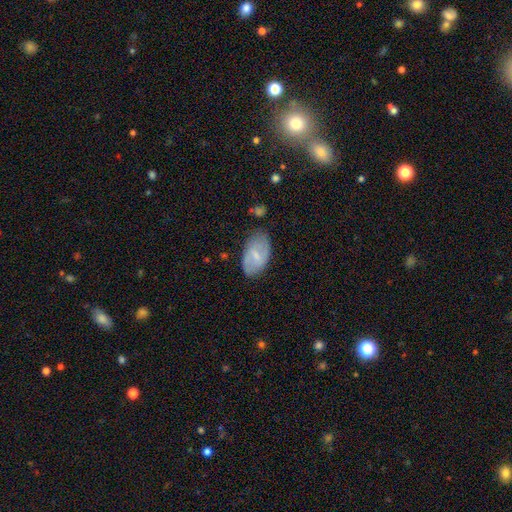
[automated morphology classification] Q: Smooth or featured?
A: smooth (51%); runner-up: featured or disk (42%)
Q: How rounded?
A: in between (94%); runner-up: round (5%)
Q: Merging?
A: none (73%); runner-up: minor disturbance (20%)